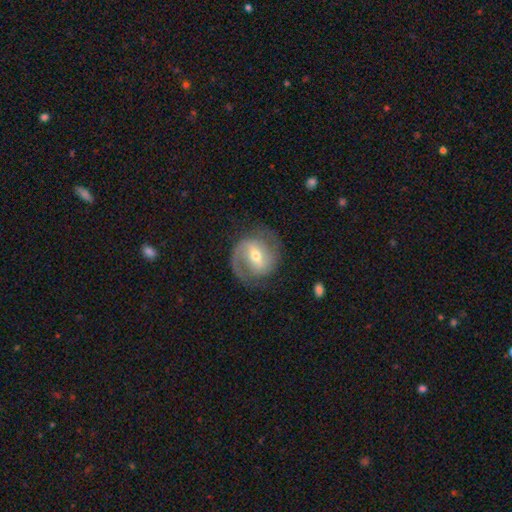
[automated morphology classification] type=featured or disk (84%); edge-on=no (97%); bar=weak (44%); spiral arms=yes (94%); winding=medium (53%); arm count=2 (86%); bulge=moderate (63%); merging=none (78%).